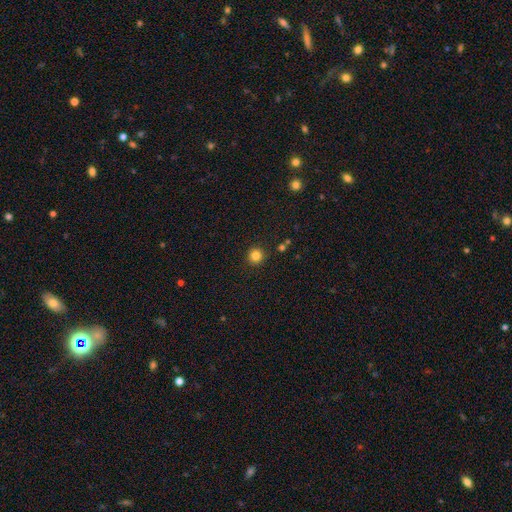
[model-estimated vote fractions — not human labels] smooth_or_featured: smooth (p=0.83) [alt: star or artifact p=0.12]
how_rounded: round (p=0.95) [alt: in between p=0.04]
merging: none (p=0.91) [alt: minor disturbance p=0.05]